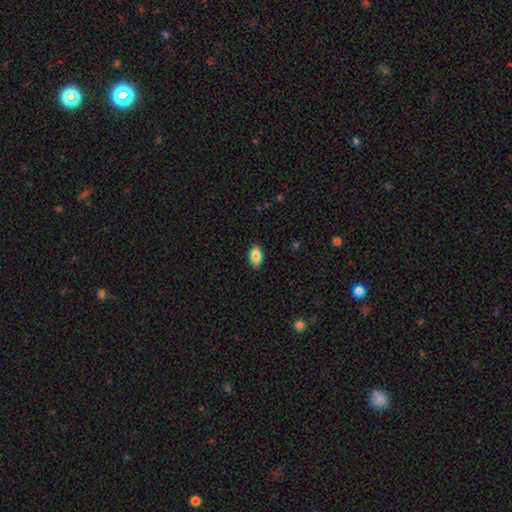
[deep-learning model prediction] Overall: smooth (84%). How rounded: in between (92%). Merging: none (88%).